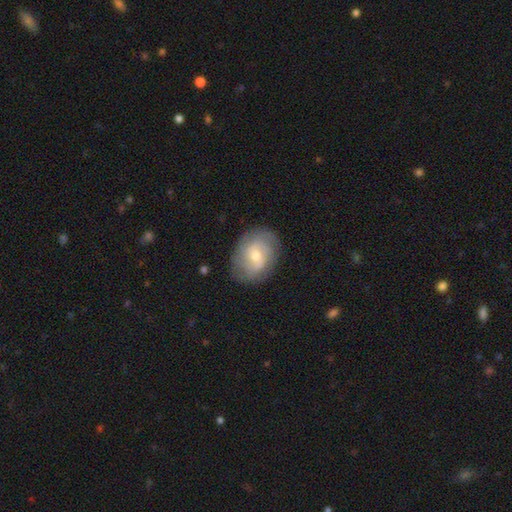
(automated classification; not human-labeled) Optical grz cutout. It shows a featured or disk galaxy (64%) with a weak bar (46%), 2 (44%) tight (41%) spiral arms (87%) and a moderate central bulge (52%). Merging: none (80%).